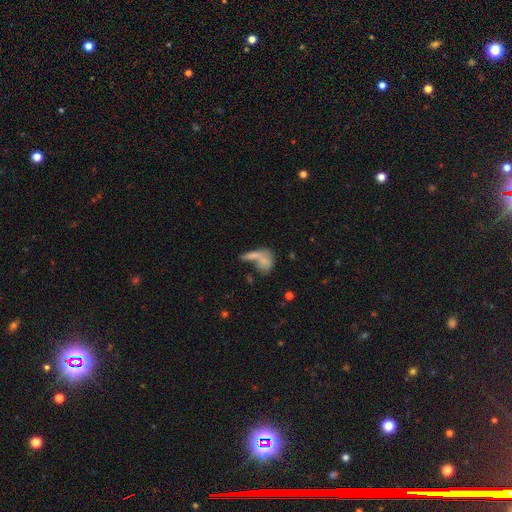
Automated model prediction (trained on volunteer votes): Q: Smooth or featured?
A: smooth (71%); runner-up: featured or disk (19%)
Q: How rounded?
A: in between (60%); runner-up: cigar-shaped (22%)
Q: Merging?
A: merger (48%); runner-up: none (33%)